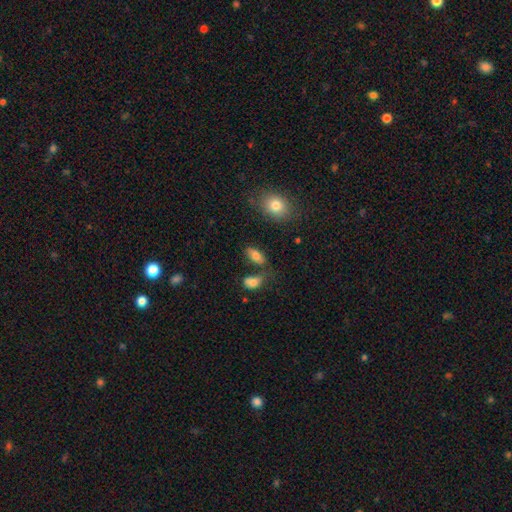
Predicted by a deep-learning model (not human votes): This appears to be a smooth galaxy with no disk features (77%) that is in between round and cigar-shaped (90%). Merging: none (60%).